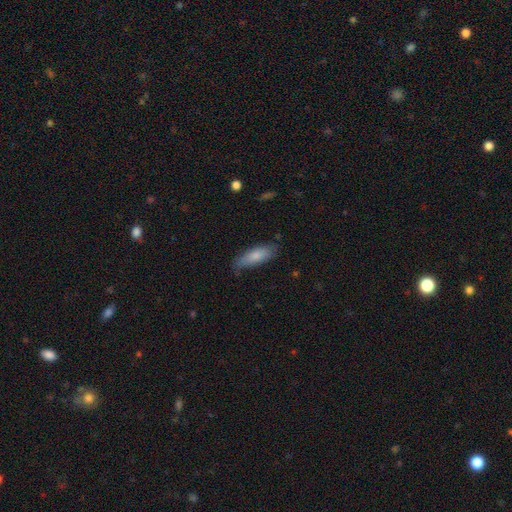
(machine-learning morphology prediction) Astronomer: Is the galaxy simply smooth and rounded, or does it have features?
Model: smooth — 79%.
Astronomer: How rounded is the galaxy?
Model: in between — 62%.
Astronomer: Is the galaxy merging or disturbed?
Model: none — 70%.